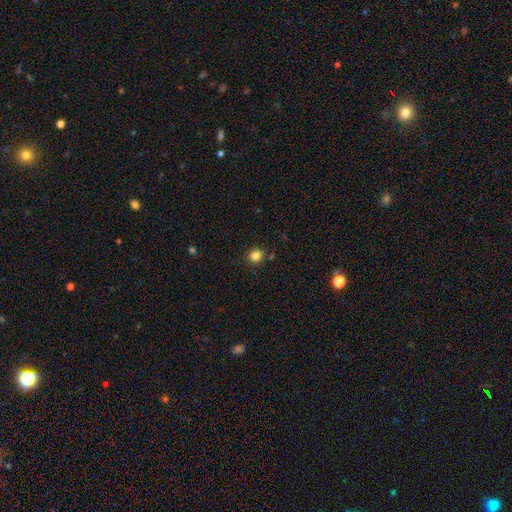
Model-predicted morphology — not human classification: This is clearly a smooth galaxy (83%). How rounded: clearly round (85%). Merging: clearly none (88%).